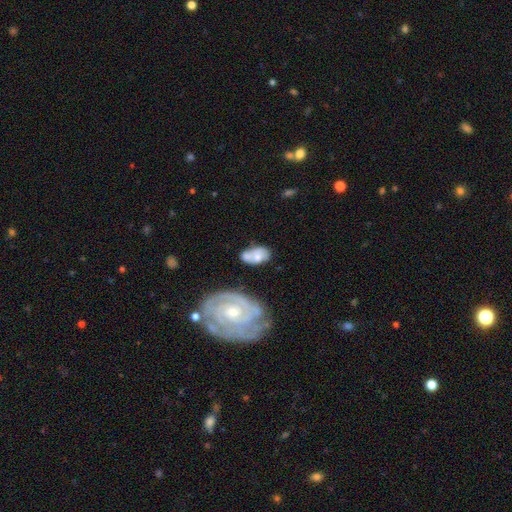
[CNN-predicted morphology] This is possibly a smooth galaxy (50%). How rounded: clearly in between (88%). Merging: marginally none (44%).